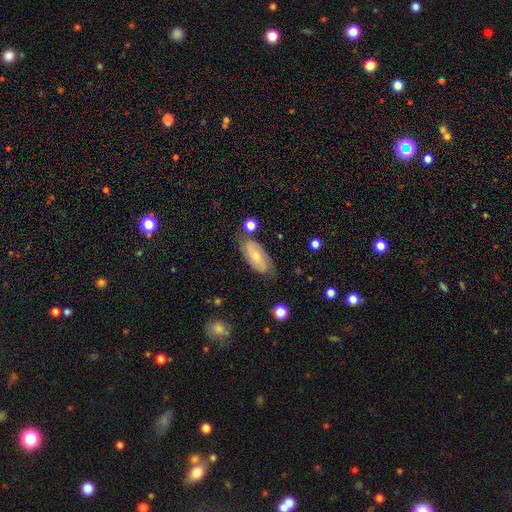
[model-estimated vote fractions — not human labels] Smooth or featured? Predicted: featured or disk (p=0.48). Merging? Predicted: none (p=0.71).